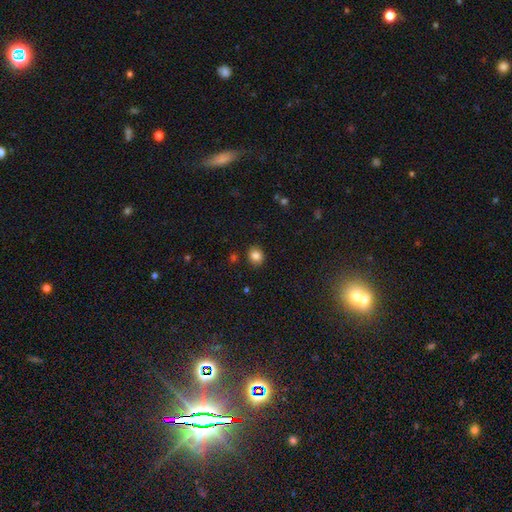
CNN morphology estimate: Smooth or featured? Predicted: smooth (p=0.84). How rounded? Predicted: round (p=0.75). Merging? Predicted: none (p=0.89).